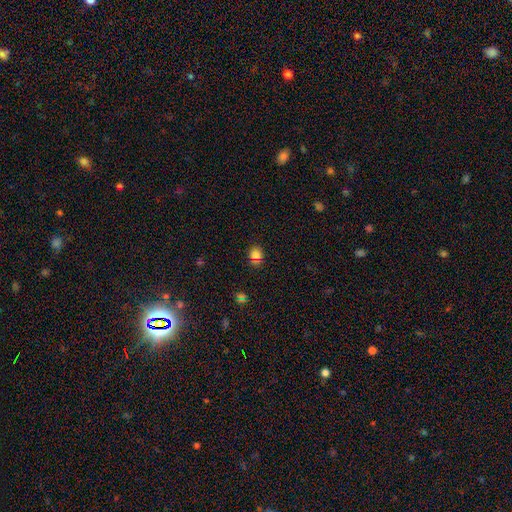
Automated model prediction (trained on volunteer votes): The model was most divided on "how rounded": round: 73%, in between: 26%, cigar-shaped: 1%. More confident: merging — none (81%); smooth or featured — smooth (72%).